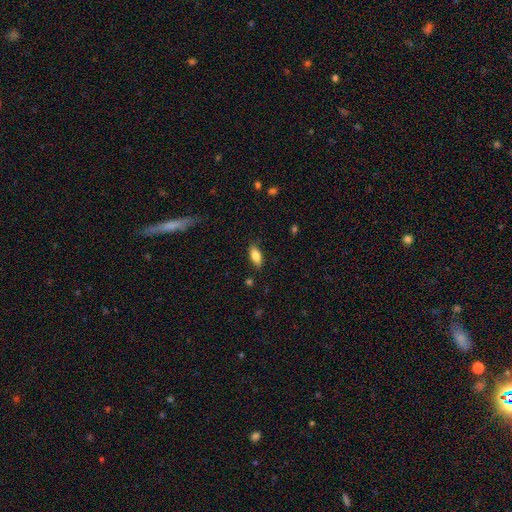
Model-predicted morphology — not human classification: smooth_or_featured: smooth (p=0.80) [alt: featured or disk p=0.13]
how_rounded: in between (p=0.81) [alt: cigar-shaped p=0.16]
merging: none (p=0.83) [alt: minor disturbance p=0.13]